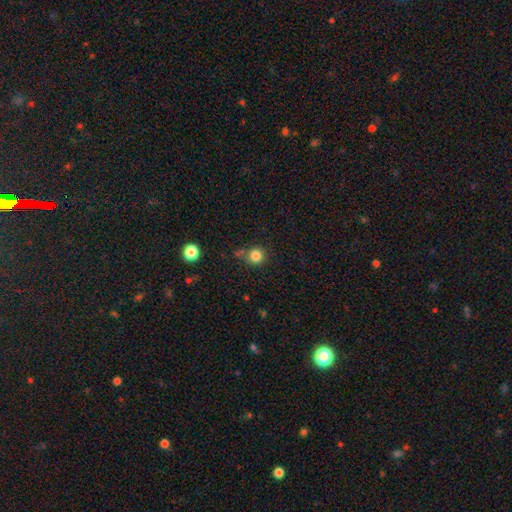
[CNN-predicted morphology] Overall: smooth (83%). How rounded: round (93%). Merging: none (76%).